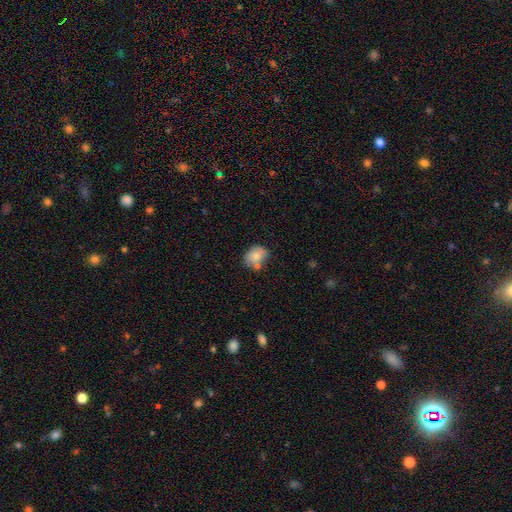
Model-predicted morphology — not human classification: Q: Smooth or featured?
A: smooth (75%); runner-up: featured or disk (16%)
Q: How rounded?
A: in between (56%); runner-up: round (43%)
Q: Merging?
A: none (58%); runner-up: minor disturbance (21%)